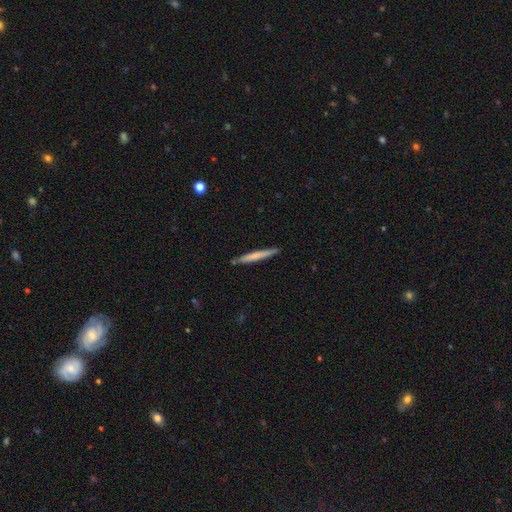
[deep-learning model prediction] Smooth or featured? smooth (65%)
How rounded? cigar-shaped (96%)
Merging? none (87%)